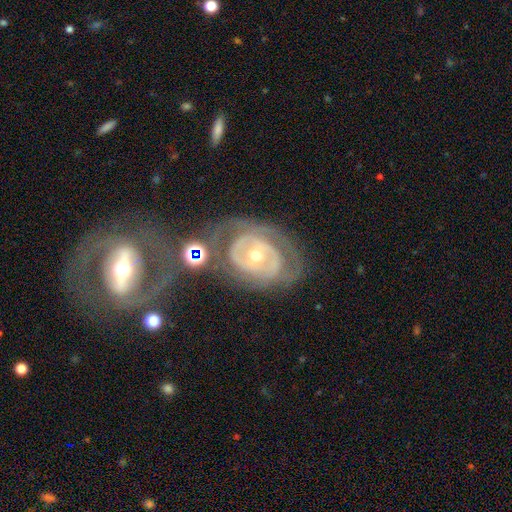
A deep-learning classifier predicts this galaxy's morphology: Smooth or featured? featured or disk (79%)
Edge-on disk? no (95%)
Bar? no (66%)
Spiral arms? yes (65%)
Bulge size? moderate (53%)
Merging? none (54%)